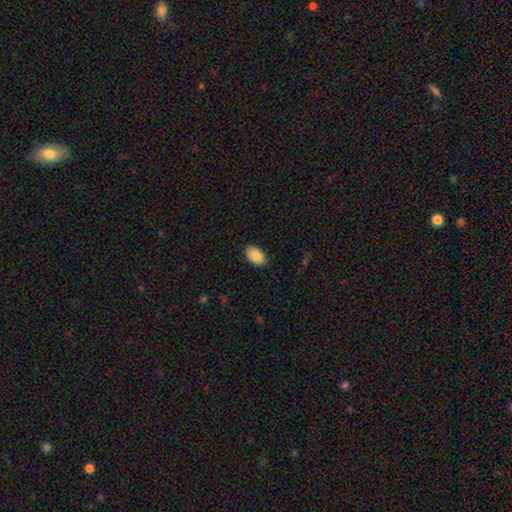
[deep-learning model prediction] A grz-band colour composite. It shows a smooth galaxy with no disk features (90%) that is in between round and cigar-shaped (94%). Merging: none (89%).